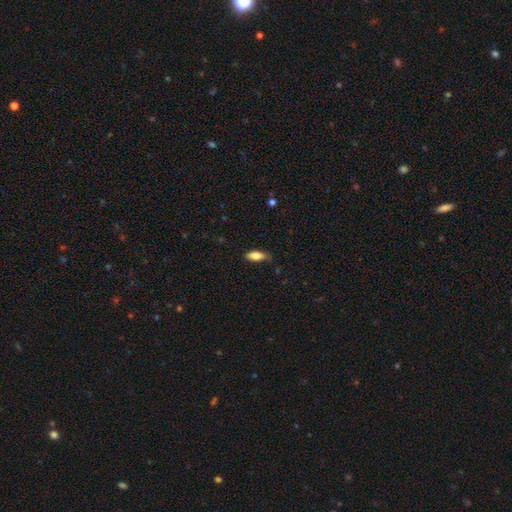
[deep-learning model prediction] This is clearly a smooth galaxy (82%). How rounded: likely in between (77%). Merging: likely none (69%).